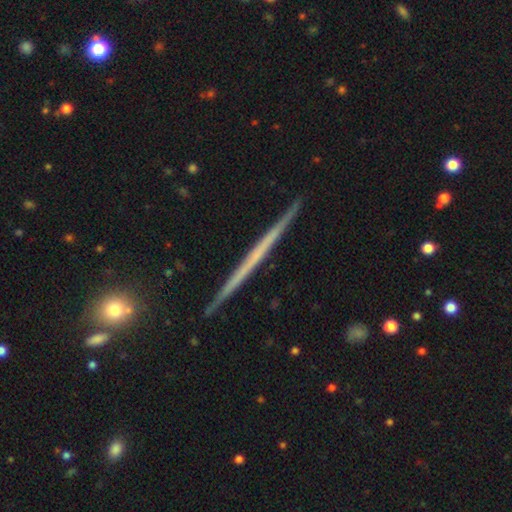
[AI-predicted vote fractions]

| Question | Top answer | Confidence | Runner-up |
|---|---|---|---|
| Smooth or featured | featured or disk | 68% | smooth (26%) |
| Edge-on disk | yes | 98% | no (2%) |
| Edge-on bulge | none | 90% | rounded (7%) |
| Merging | none | 92% | minor disturbance (6%) |